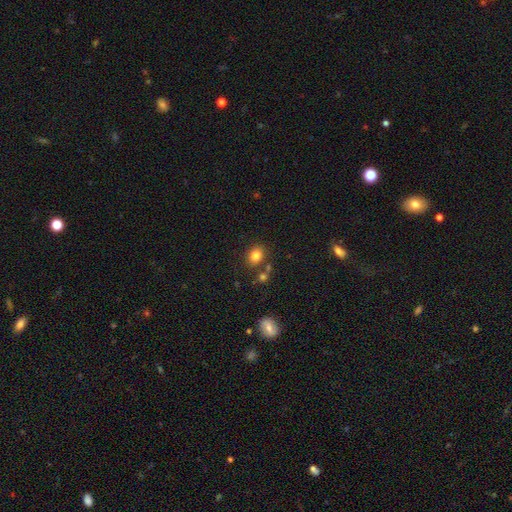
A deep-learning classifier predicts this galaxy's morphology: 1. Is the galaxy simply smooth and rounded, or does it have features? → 81% smooth, 12% star or artifact, 7% featured or disk.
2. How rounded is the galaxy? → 52% in between, 47% round, 1% cigar-shaped.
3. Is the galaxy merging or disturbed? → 75% none, 12% minor disturbance, 10% merger, 3% major disturbance.